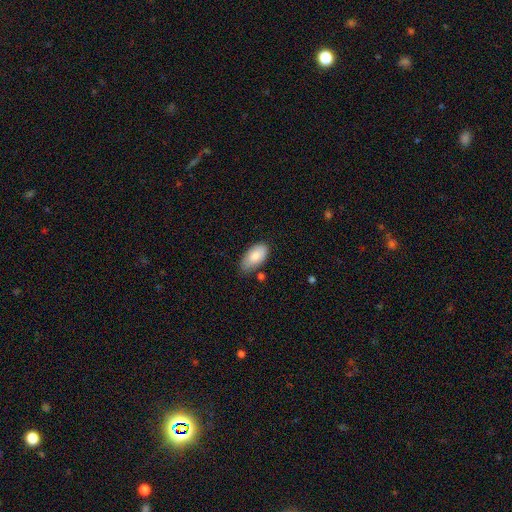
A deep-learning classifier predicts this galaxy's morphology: type=smooth (82%); roundness=in between (95%); merging=none (69%).